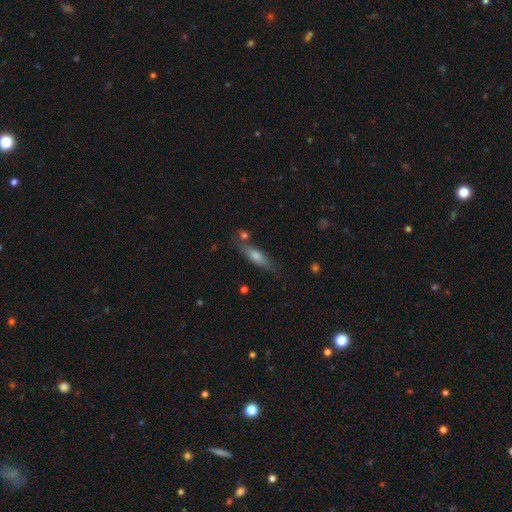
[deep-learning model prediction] A smooth galaxy with no disk features (56%) that is cigar-shaped (68%). Merging: none (75%).